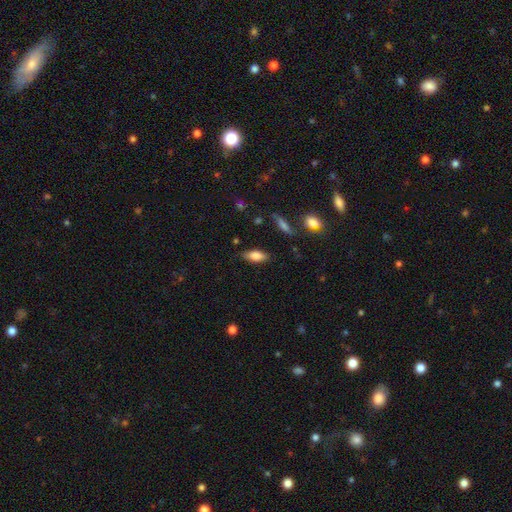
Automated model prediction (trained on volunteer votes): Smooth or featured?
  - smooth: 79% *
  - featured or disk: 13%
  - star or artifact: 8%
How rounded?
  - in between: 82% *
  - cigar-shaped: 16%
  - round: 3%
Merging?
  - none: 81% *
  - minor disturbance: 14%
  - major disturbance: 3%
  - merger: 2%